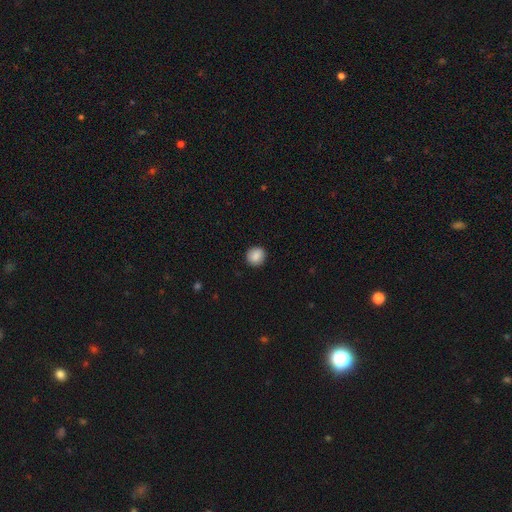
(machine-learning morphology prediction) smooth 88%, star or artifact 8%, featured or disk 4%. Down the decision tree: how rounded — round (89%); merging — none (91%).